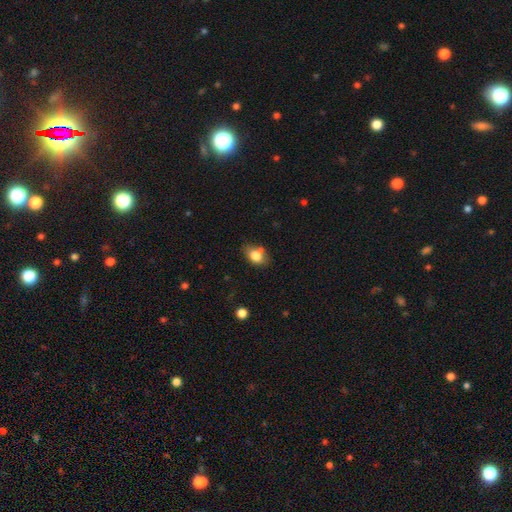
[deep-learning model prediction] Overall: smooth (80%). How rounded: in between (77%). Merging: none (62%).